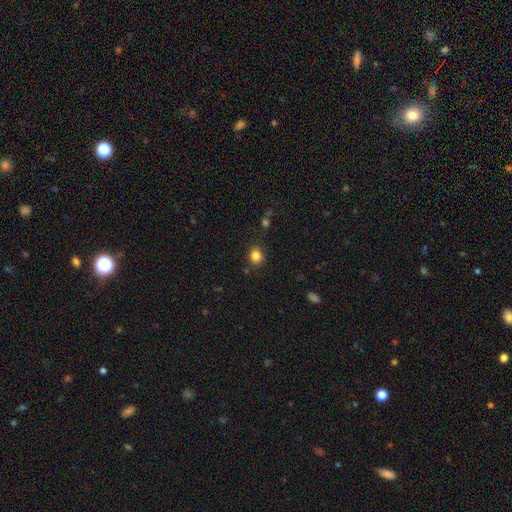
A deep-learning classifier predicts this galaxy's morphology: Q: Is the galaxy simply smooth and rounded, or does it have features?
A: smooth — 83%.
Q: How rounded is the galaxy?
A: round — 79%.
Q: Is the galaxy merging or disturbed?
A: none — 84%.